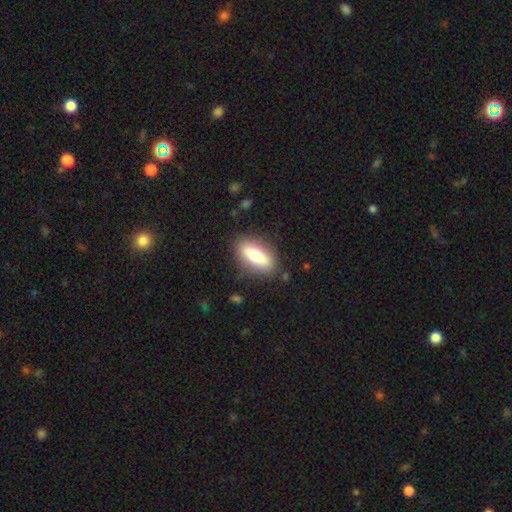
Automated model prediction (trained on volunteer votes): Overall: smooth (70%). How rounded: in between (72%). Merging: none (84%).